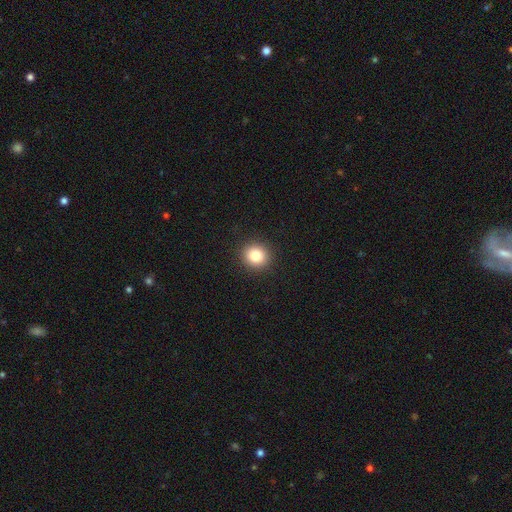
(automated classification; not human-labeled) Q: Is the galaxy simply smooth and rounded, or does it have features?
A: smooth — 82%.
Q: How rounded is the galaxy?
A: round — 91%.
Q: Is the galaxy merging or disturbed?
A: none — 93%.